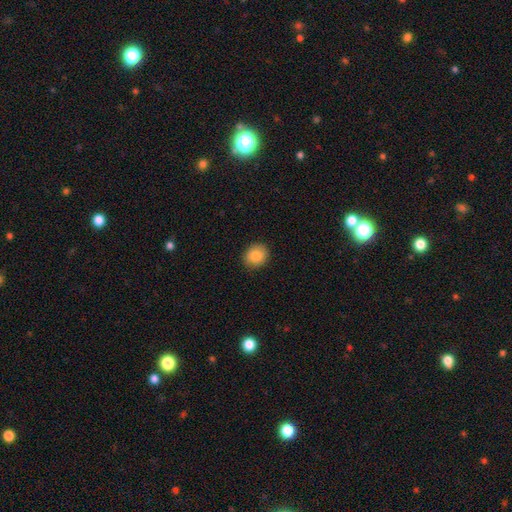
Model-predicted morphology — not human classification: Smooth or featured? Predicted: smooth (p=0.87). How rounded? Predicted: round (p=0.66). Merging? Predicted: none (p=0.89).